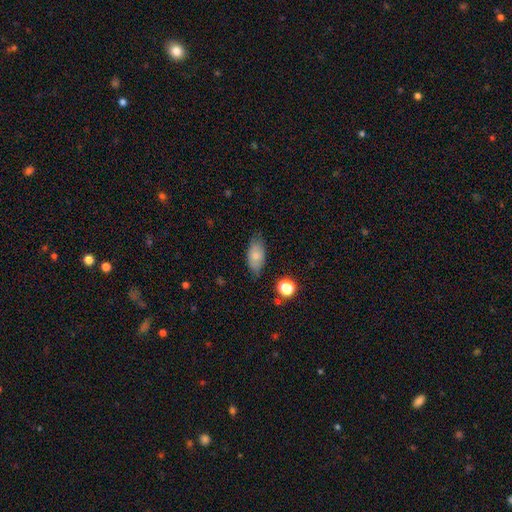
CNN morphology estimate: The model was most divided on "merging": none: 73%, minor disturbance: 21%, major disturbance: 5%, merger: 2%. More confident: how rounded — in between (89%); smooth or featured — smooth (75%).